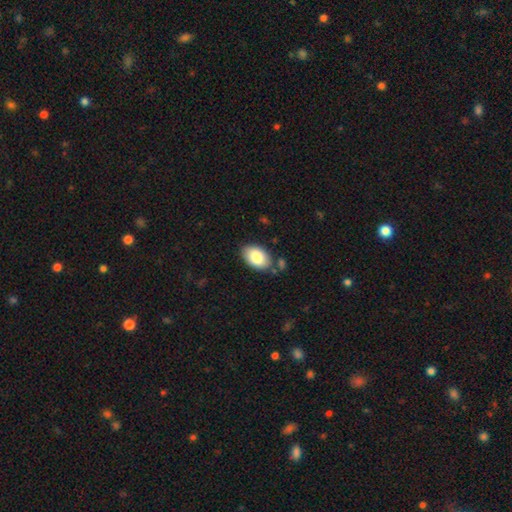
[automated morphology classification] A smooth galaxy with no disk features (85%) that is in between round and cigar-shaped (92%).

Vote fractions:
- Smooth or featured? smooth: 85% / featured or disk: 8% / star or artifact: 6%
- How rounded? in between: 92% / round: 7% / cigar-shaped: 1%
- Merging? none: 78% / minor disturbance: 14% / merger: 5% / major disturbance: 3%